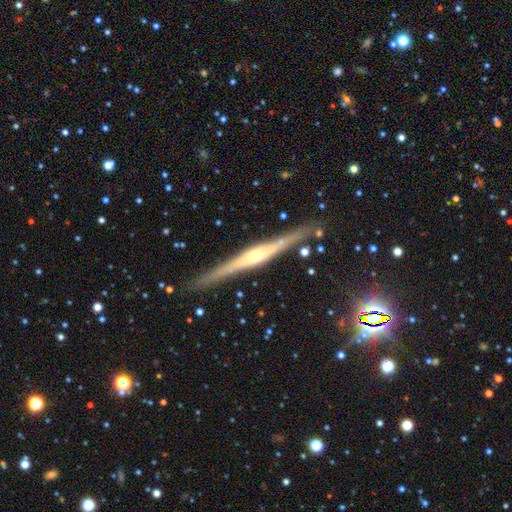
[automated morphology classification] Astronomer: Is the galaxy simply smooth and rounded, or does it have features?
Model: featured or disk — 82%.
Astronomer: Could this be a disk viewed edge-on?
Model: yes — 97%.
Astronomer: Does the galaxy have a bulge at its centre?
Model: rounded — 75%.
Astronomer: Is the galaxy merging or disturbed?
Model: none — 87%.